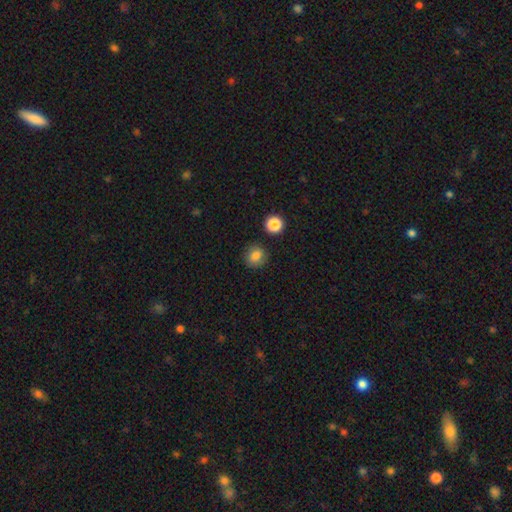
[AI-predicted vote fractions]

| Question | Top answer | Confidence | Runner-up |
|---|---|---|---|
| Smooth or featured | smooth | 82% | star or artifact (11%) |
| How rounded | round | 85% | in between (14%) |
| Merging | none | 85% | minor disturbance (9%) |